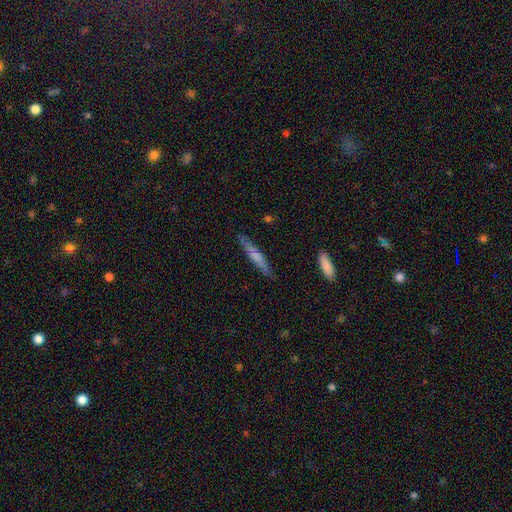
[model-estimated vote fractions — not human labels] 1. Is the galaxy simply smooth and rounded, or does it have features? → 50% smooth, 44% featured or disk, 6% star or artifact.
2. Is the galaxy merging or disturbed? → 85% none, 11% minor disturbance, 2% major disturbance, 2% merger.